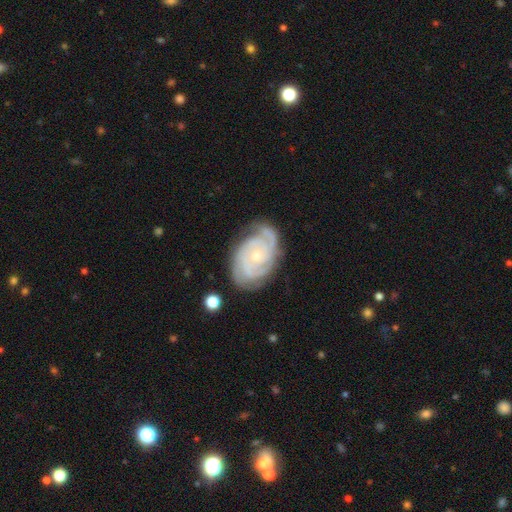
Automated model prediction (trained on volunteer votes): Overall: featured or disk (89%). Edge-on disk: no (97%). Bar: no (73%). Spiral arms: yes (98%). Spiral arm count: 2 (34%; 3 32%). Spiral winding: tight (74%). Bulge size: small (72%). Merging: none (76%).